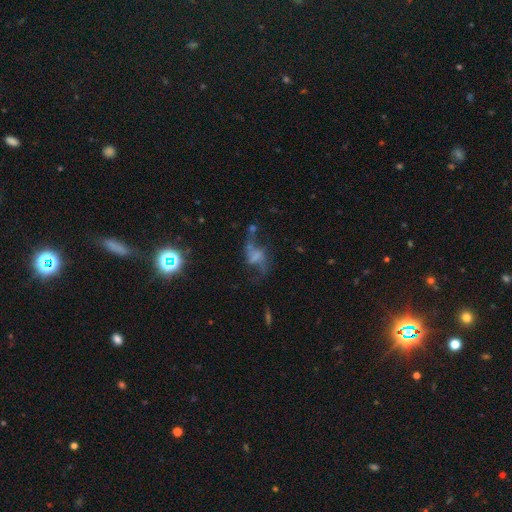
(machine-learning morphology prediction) Smooth or featured: featured or disk — 60% (smooth — 23%)
Edge-on disk: no — 95% (yes — 5%)
Bar: no — 50% (weak — 35%)
Spiral arms: yes — 73% (no — 27%)
Bulge size: none — 60% (small — 17%)
Merging: none — 38% (major disturbance — 34%)